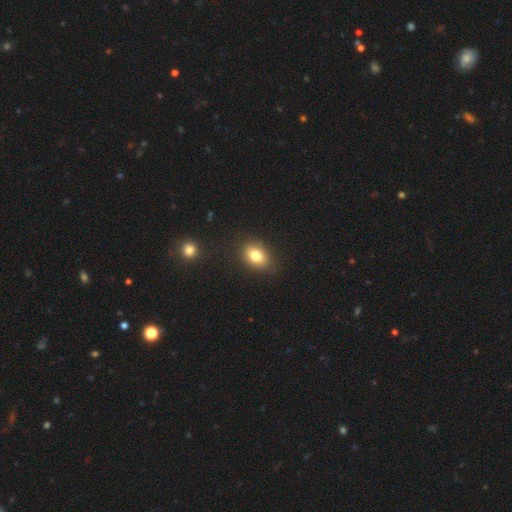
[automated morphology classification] Q: Smooth or featured?
A: smooth (80%); runner-up: star or artifact (11%)
Q: How rounded?
A: in between (67%); runner-up: round (31%)
Q: Merging?
A: none (85%); runner-up: minor disturbance (10%)